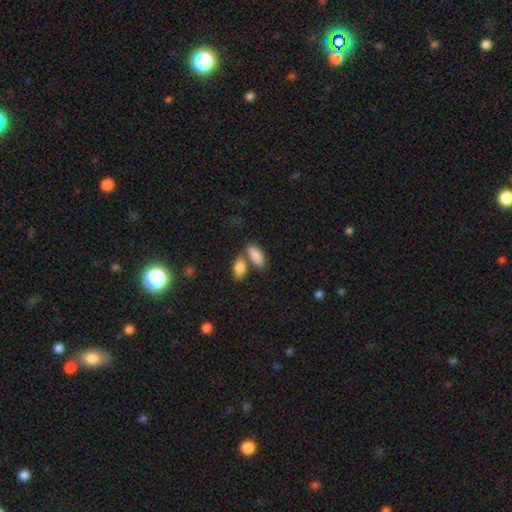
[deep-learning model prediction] Smooth or featured?
  - smooth: 87% *
  - featured or disk: 6%
  - star or artifact: 6%
How rounded?
  - in between: 87% *
  - cigar-shaped: 10%
  - round: 3%
Merging?
  - none: 48% *
  - merger: 38%
  - minor disturbance: 10%
  - major disturbance: 4%